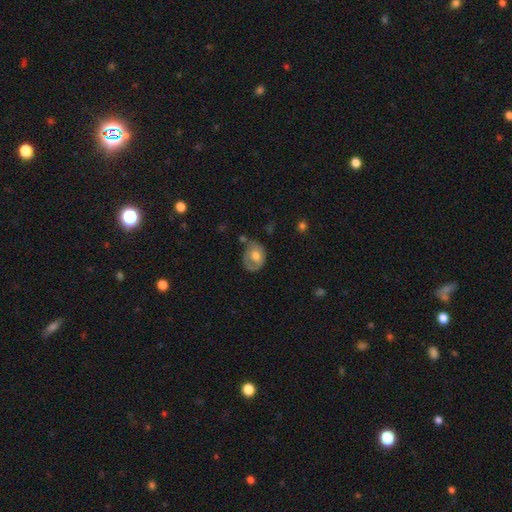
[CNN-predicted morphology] Overall: smooth (52%; featured or disk 41%). How rounded: in between (56%; round 43%). Merging: none (45%; minor disturbance 30%).